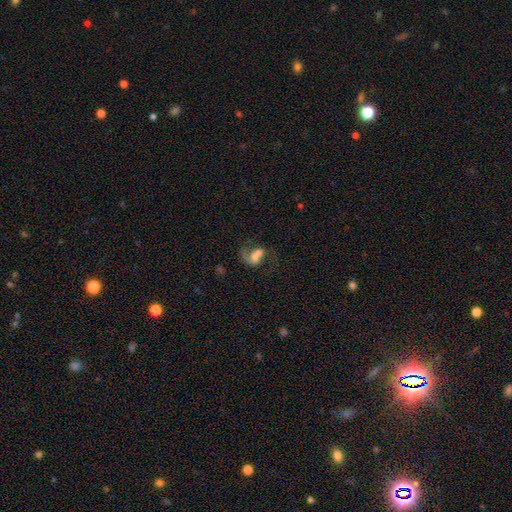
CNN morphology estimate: This appears to be a featured or disk galaxy (55%) with no bar (64%), spiral arms (74%) and a moderate central bulge (36%). Merging: merger (50%).